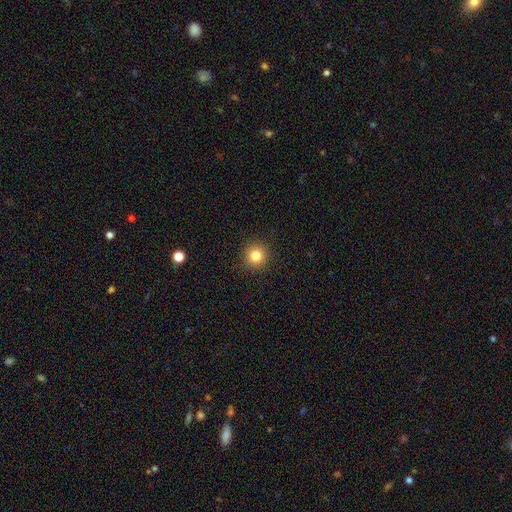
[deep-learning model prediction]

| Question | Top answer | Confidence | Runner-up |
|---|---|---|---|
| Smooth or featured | smooth | 83% | star or artifact (12%) |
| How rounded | round | 94% | in between (5%) |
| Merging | none | 92% | minor disturbance (6%) |